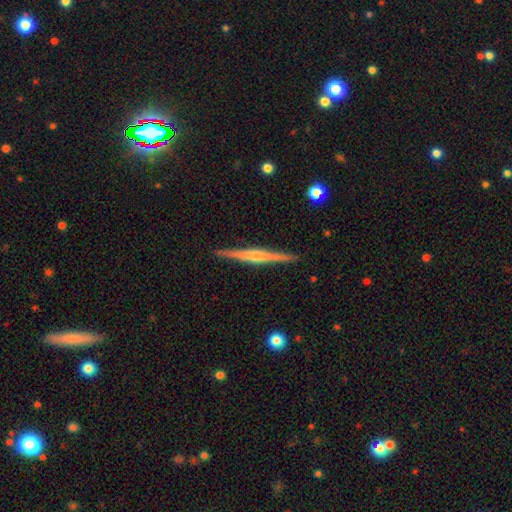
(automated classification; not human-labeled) Q: Smooth or featured?
A: featured or disk (74%); runner-up: smooth (20%)
Q: Edge-on disk?
A: yes (98%); runner-up: no (2%)
Q: Edge-on bulge?
A: rounded (71%); runner-up: none (19%)
Q: Merging?
A: none (92%); runner-up: minor disturbance (6%)